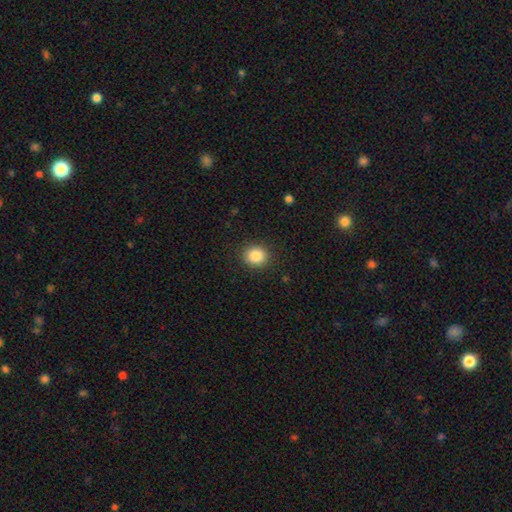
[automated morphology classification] The model was most divided on "how rounded": round: 80%, in between: 19%, cigar-shaped: 1%. More confident: merging — none (90%); smooth or featured — smooth (86%).